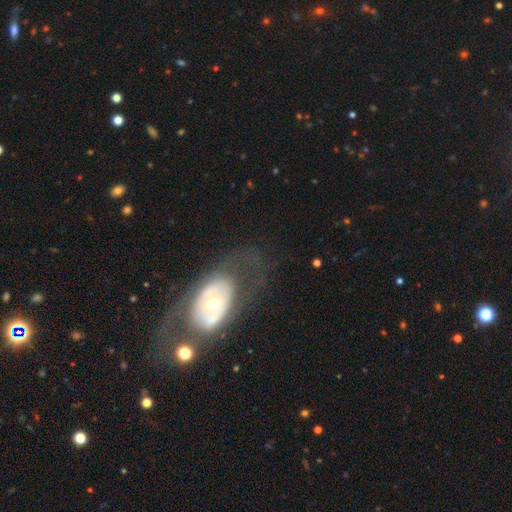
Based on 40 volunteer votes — This is likely a featured or disk galaxy (65%). It is clearly not viewed edge-on (92%). Bar: likely no (79%). Spiral arm pattern: likely no (75%). Central bulge: possibly small (50%). Merging: possibly none (54%).